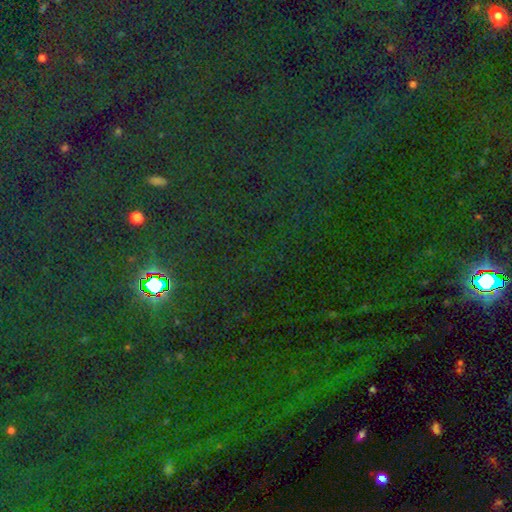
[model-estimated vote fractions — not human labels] The model was most divided on "smooth or featured": star or artifact: 83%, smooth: 10%, featured or disk: 7%.